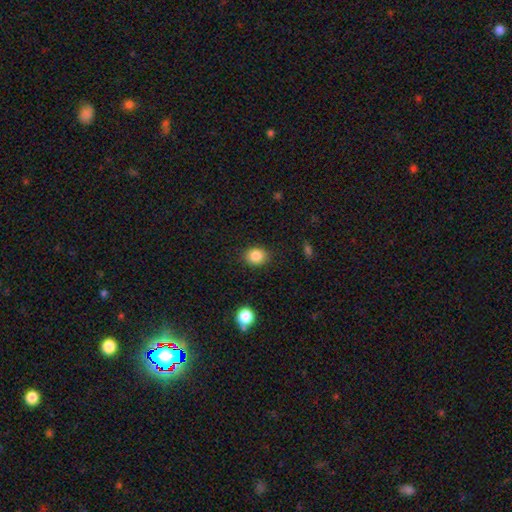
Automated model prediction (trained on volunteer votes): Q: Smooth or featured?
A: smooth (86%); runner-up: star or artifact (10%)
Q: How rounded?
A: round (66%); runner-up: in between (33%)
Q: Merging?
A: none (87%); runner-up: minor disturbance (9%)